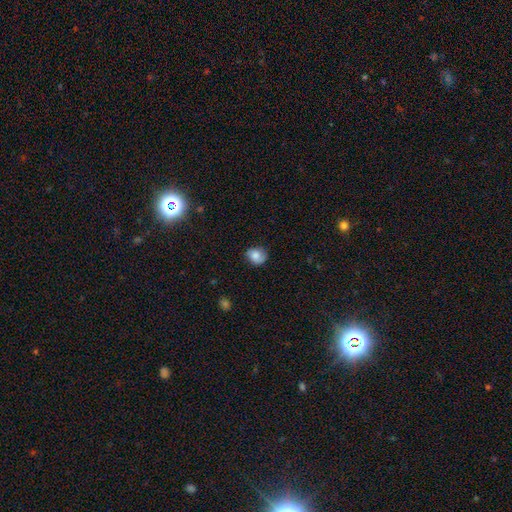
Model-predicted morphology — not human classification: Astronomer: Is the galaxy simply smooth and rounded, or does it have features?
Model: smooth — 67%.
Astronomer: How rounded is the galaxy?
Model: round — 64%.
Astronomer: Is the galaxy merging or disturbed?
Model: none — 73%.